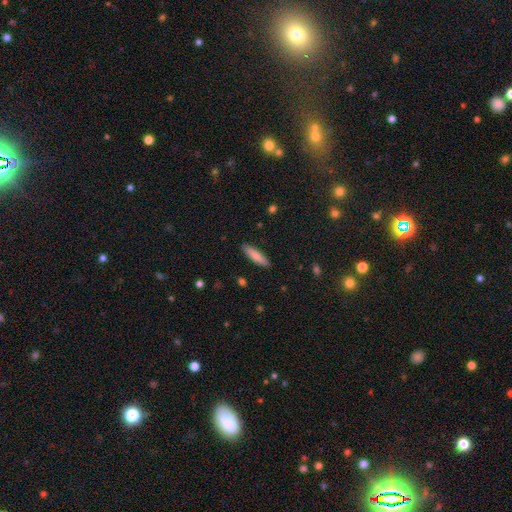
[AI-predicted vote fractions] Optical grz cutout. It shows a smooth galaxy with no disk features (82%) that is cigar-shaped (78%). Merging: none (90%).